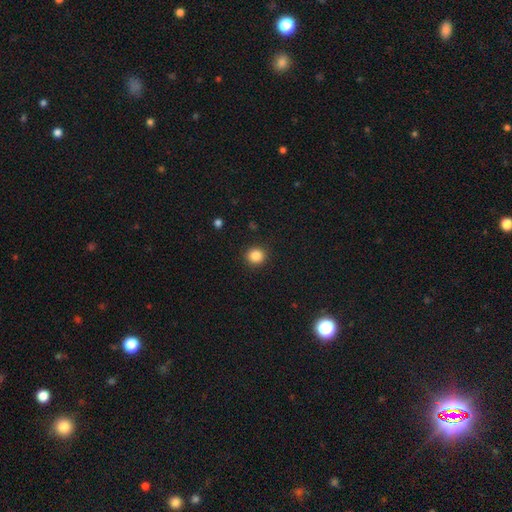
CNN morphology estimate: smooth-or-featured: smooth: 86% | star or artifact: 10% | featured or disk: 4%
  how-rounded: round: 90% | in between: 9% | cigar-shaped: 1%
  merging: none: 91% | minor disturbance: 6% | major disturbance: 2% | merger: 1%